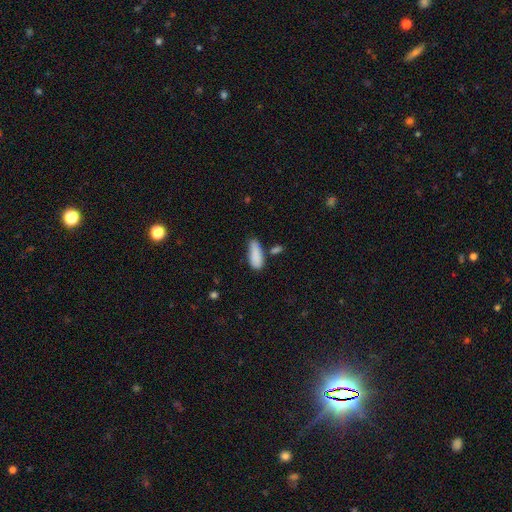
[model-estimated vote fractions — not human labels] Morphology: type=smooth (86%); roundness=in between (69%); merging=none (51%).